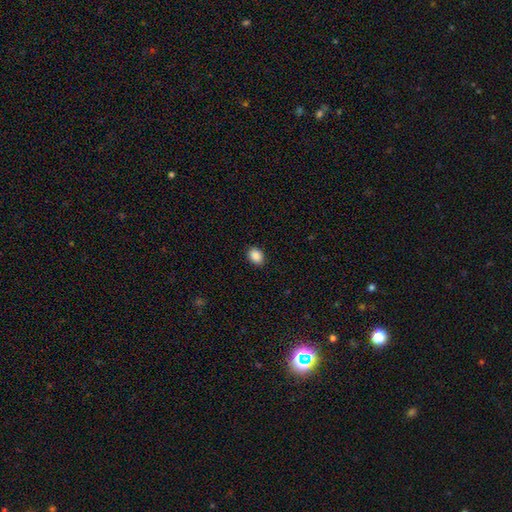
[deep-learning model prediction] A smooth galaxy with no disk features (89%) that is in between round and cigar-shaped (63%).

Vote fractions:
- Smooth or featured? smooth: 89% / star or artifact: 8% / featured or disk: 3%
- How rounded? in between: 63% / round: 36% / cigar-shaped: 1%
- Merging? none: 89% / minor disturbance: 8% / major disturbance: 2% / merger: 1%